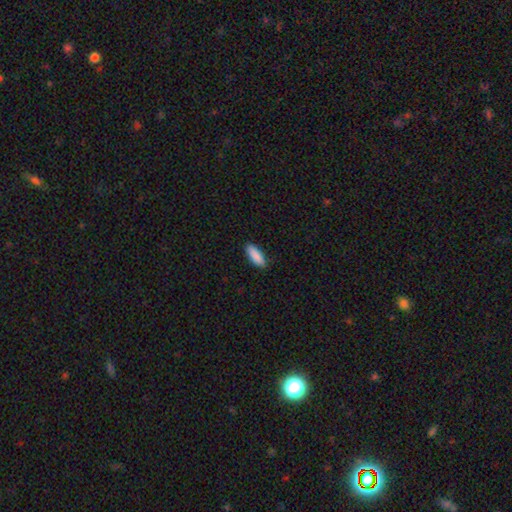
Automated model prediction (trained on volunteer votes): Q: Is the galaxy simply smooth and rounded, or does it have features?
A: smooth — 90%.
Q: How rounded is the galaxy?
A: in between — 65%.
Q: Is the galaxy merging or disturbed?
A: none — 88%.